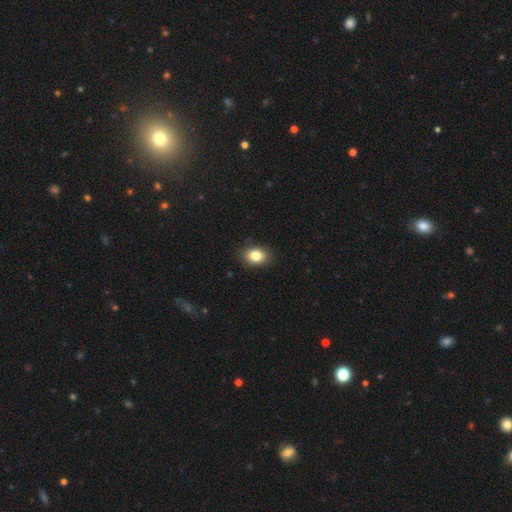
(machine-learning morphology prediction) Smooth or featured: smooth — 83% (star or artifact — 9%)
How rounded: in between — 68% (round — 31%)
Merging: none — 87% (minor disturbance — 10%)